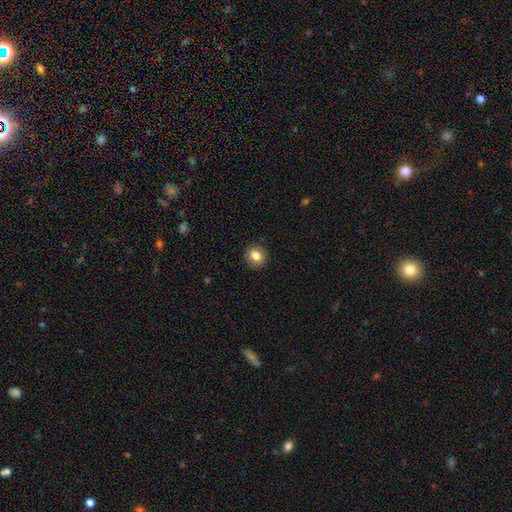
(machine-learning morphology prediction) Smooth or featured? smooth (84%)
How rounded? round (73%)
Merging? none (90%)